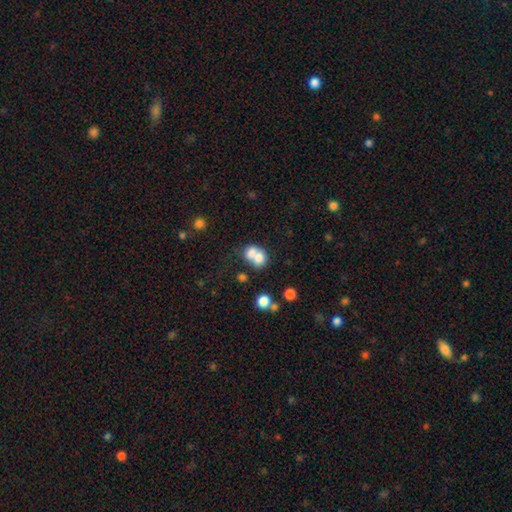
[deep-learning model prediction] This is likely a smooth galaxy (71%). How rounded: likely round (62%). Merging: likely merger (67%).